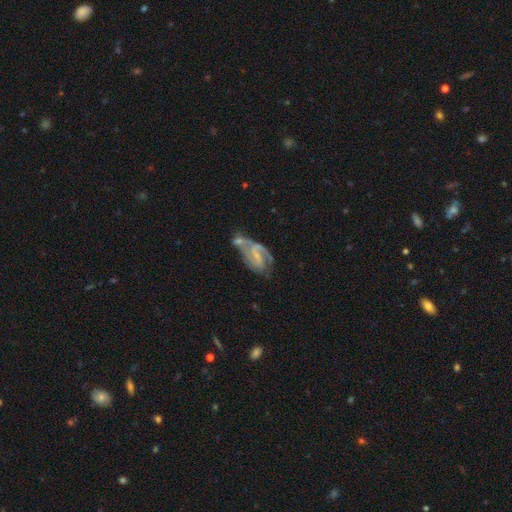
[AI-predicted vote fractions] A featured or disk galaxy (79%) with a weak bar (48%), 2 (67%) medium (46%) spiral arms (89%) and a small central bulge (56%).

Vote fractions:
- Smooth or featured? featured or disk: 79% / smooth: 14% / star or artifact: 7%
- Edge-on disk? no: 96% / yes: 4%
- Bar? weak: 48% / strong: 26% / no: 26%
- Spiral arms? yes: 89% / no: 11%
- Spiral winding? medium: 46% / tight: 29% / loose: 24%
- Spiral arm count? 2: 67% / 1: 14% / can't tell: 12% / 3: 5% / 4: 1% / more than 4: 1%
- Bulge size? small: 56% / none: 27% / moderate: 14% / large: 1% / dominant: 1%
- Merging? merger: 33% / none: 27% / major disturbance: 21% / minor disturbance: 19%